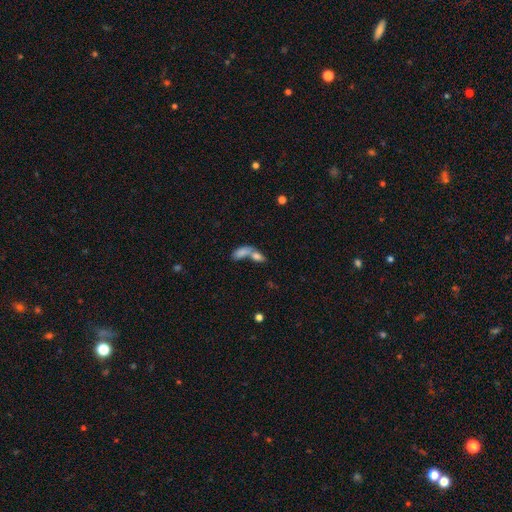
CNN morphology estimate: Q: Smooth or featured?
A: smooth (76%); runner-up: featured or disk (15%)
Q: How rounded?
A: in between (82%); runner-up: cigar-shaped (11%)
Q: Merging?
A: merger (67%); runner-up: none (22%)